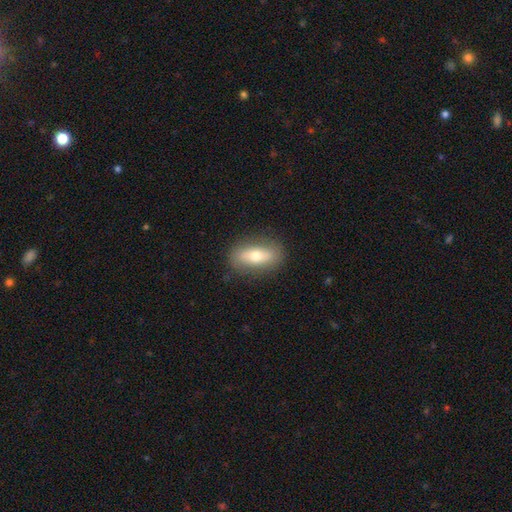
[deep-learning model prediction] smooth-or-featured: smooth: 60% | featured or disk: 33% | star or artifact: 7%
  how-rounded: in between: 79% | cigar-shaped: 14% | round: 7%
  merging: none: 85% | minor disturbance: 11% | major disturbance: 3% | merger: 1%